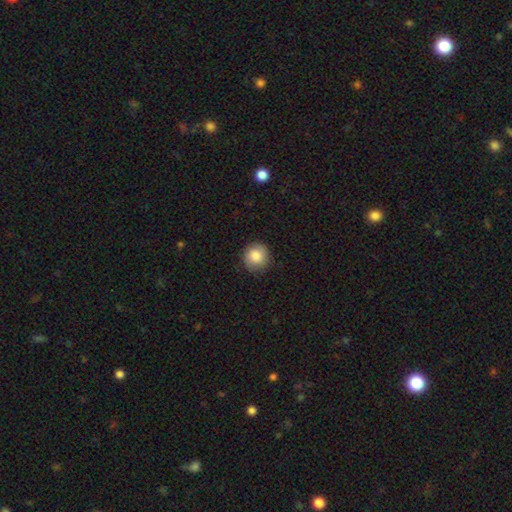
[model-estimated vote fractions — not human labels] Smooth or featured: smooth — 84% (featured or disk — 8%)
How rounded: round — 90% (in between — 9%)
Merging: none — 85% (minor disturbance — 11%)